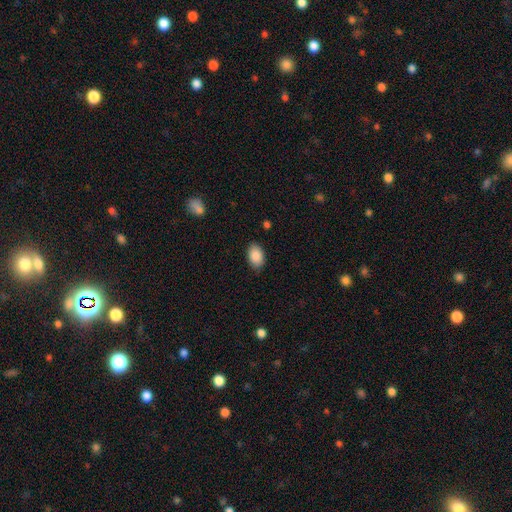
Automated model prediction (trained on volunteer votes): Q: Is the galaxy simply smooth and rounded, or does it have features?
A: smooth — 89%.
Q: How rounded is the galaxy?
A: in between — 90%.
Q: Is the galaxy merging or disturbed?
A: none — 85%.